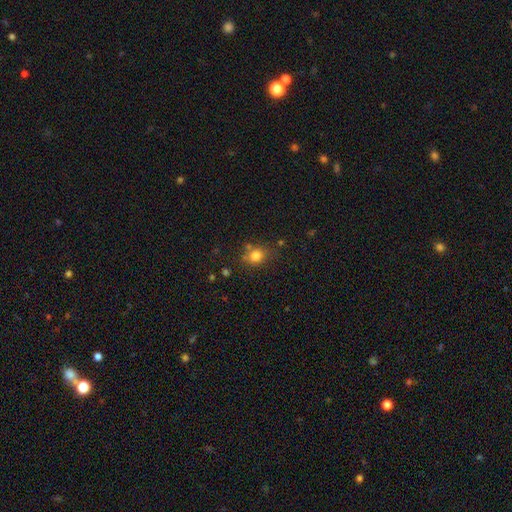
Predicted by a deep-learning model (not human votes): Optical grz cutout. It shows a smooth galaxy with no disk features (80%) that is round (69%). Merging: none (69%).